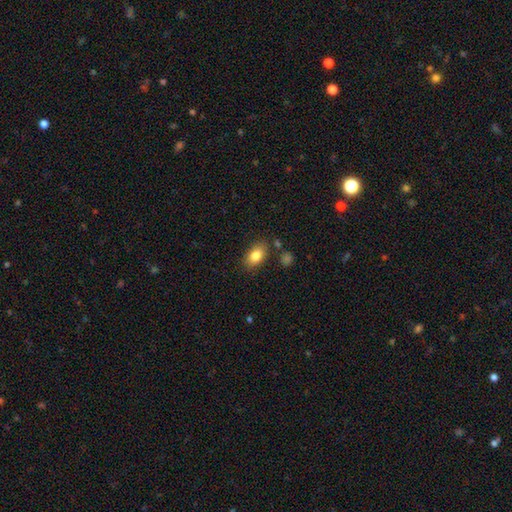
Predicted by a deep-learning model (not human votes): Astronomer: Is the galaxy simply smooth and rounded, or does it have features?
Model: smooth — 82%.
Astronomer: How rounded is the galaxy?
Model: in between — 87%.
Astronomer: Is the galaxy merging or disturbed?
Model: none — 81%.